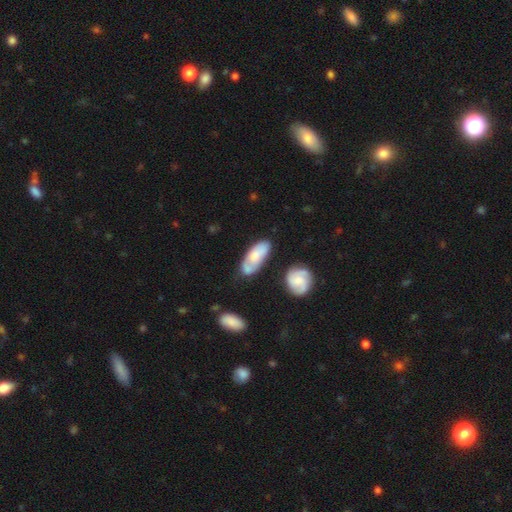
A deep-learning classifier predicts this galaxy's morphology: Overall: smooth (60%; featured or disk 35%). How rounded: in between (79%). Merging: none (55%; minor disturbance 24%).